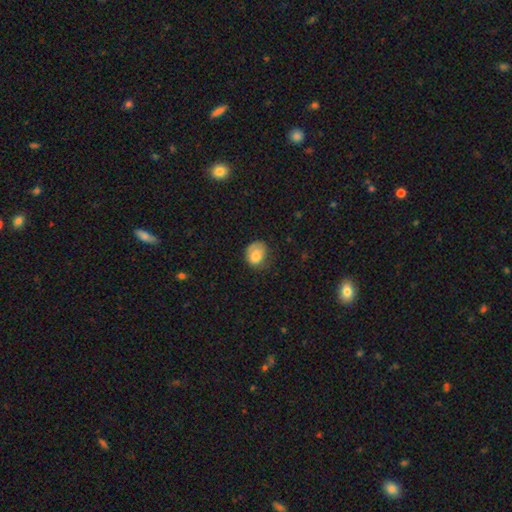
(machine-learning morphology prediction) Smooth or featured? smooth (77%)
How rounded? round (52%)
Merging? none (51%)